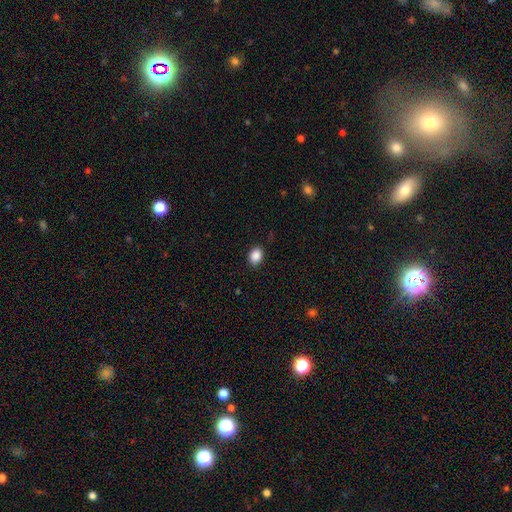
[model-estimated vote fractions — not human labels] Overall: smooth (89%). How rounded: in between (63%; round 36%). Merging: none (88%).